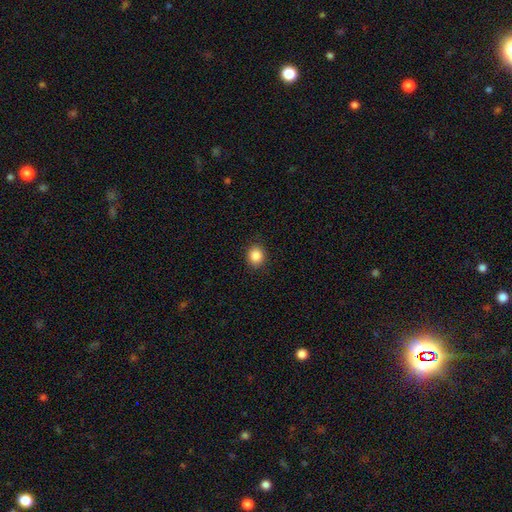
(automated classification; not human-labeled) Smooth or featured?
  - smooth: 86% *
  - star or artifact: 10%
  - featured or disk: 4%
How rounded?
  - round: 77% *
  - in between: 22%
  - cigar-shaped: 1%
Merging?
  - none: 90% *
  - minor disturbance: 7%
  - major disturbance: 2%
  - merger: 1%